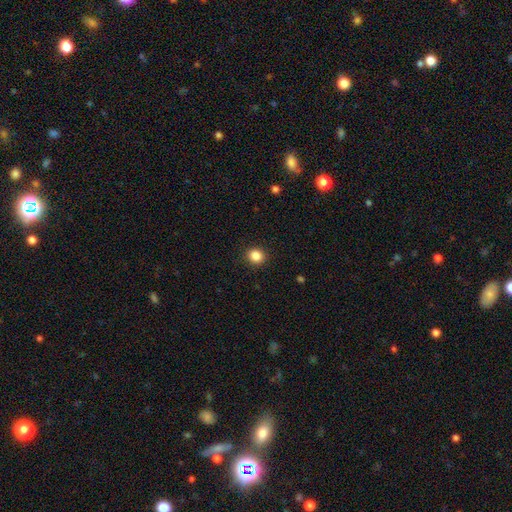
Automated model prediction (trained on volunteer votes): Smooth or featured? Predicted: smooth (p=0.86). How rounded? Predicted: round (p=0.86). Merging? Predicted: none (p=0.92).